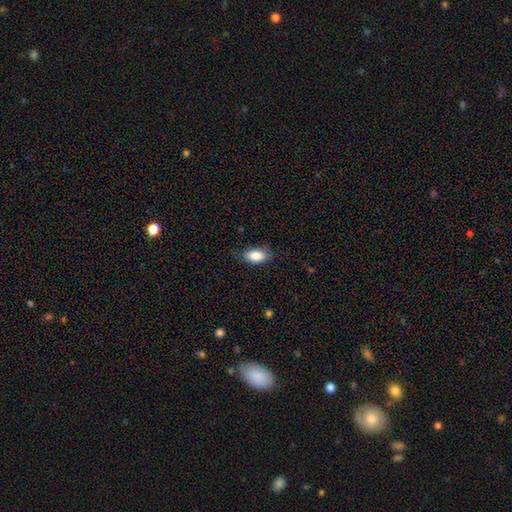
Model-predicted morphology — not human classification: Smooth or featured? Predicted: smooth (p=0.84). How rounded? Predicted: in between (p=0.90). Merging? Predicted: none (p=0.73).